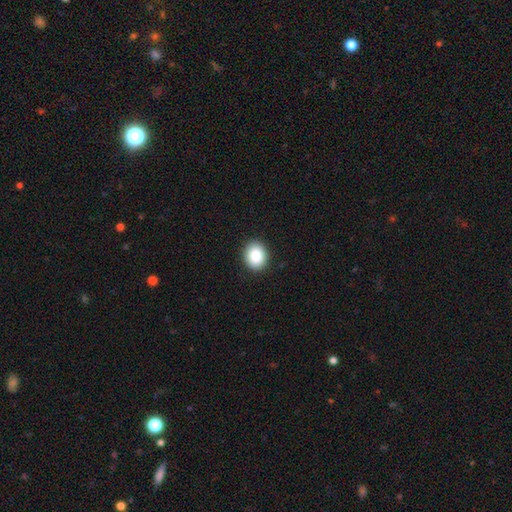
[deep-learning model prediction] A smooth galaxy with no disk features (87%) that is round (55%). Merging: none (91%).